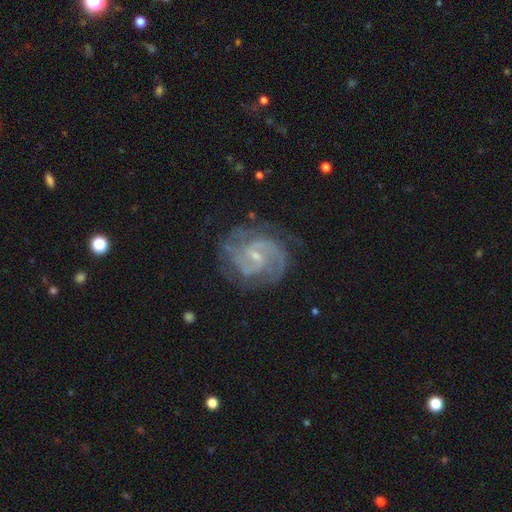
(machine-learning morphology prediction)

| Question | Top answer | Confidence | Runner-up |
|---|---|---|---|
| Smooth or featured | featured or disk | 90% | star or artifact (5%) |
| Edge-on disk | no | 98% | yes (2%) |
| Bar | weak | 52% | no (33%) |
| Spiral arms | yes | 98% | no (2%) |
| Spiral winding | medium | 47% | tight (45%) |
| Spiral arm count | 2 | 64% | 3 (15%) |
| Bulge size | small | 75% | moderate (19%) |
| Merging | none | 75% | minor disturbance (17%) |